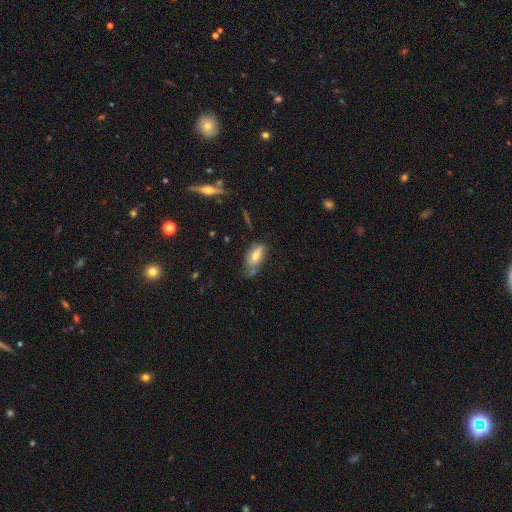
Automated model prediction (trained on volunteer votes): smooth 71%, featured or disk 21%, star or artifact 8%. Down the decision tree: how rounded — in between (83%); merging — none (47%).